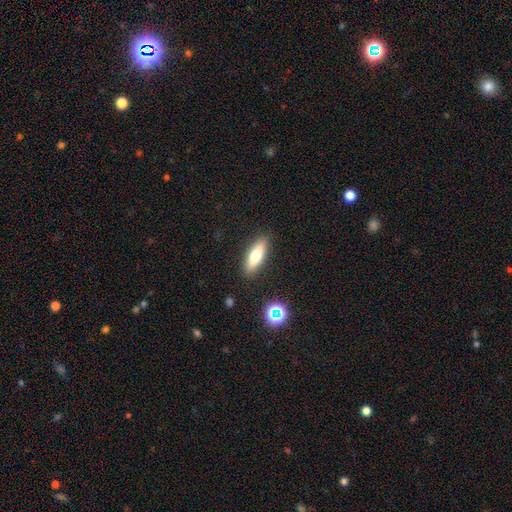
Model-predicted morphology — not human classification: smooth_or_featured: smooth (p=0.70) [alt: featured or disk p=0.22]
how_rounded: in between (p=0.53) [alt: cigar-shaped p=0.45]
merging: none (p=0.87) [alt: minor disturbance p=0.09]